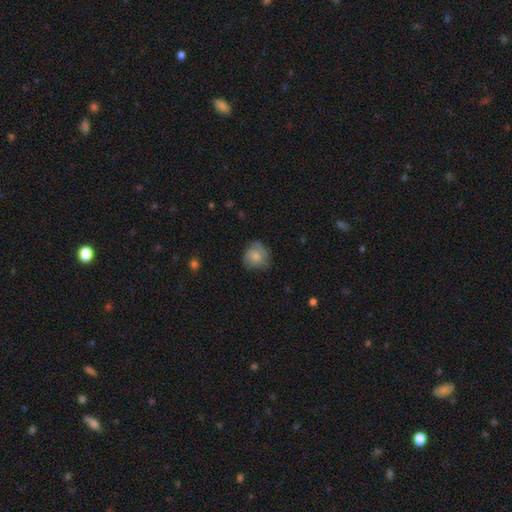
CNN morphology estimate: Overall: smooth (62%; featured or disk 30%). How rounded: round (83%). Merging: none (67%).